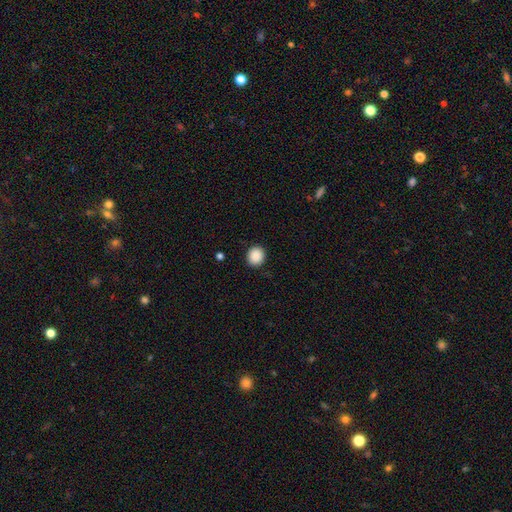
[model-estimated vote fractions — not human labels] This is clearly a smooth galaxy (89%). How rounded: clearly round (81%). Merging: clearly none (90%).